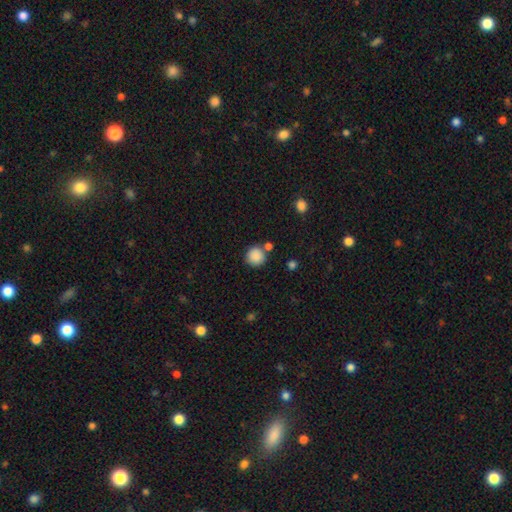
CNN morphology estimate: A smooth galaxy with no disk features (87%) that is round (92%).

Vote fractions:
- Smooth or featured? smooth: 87% / star or artifact: 9% / featured or disk: 4%
- How rounded? round: 92% / in between: 7% / cigar-shaped: 1%
- Merging? none: 75% / merger: 11% / minor disturbance: 10% / major disturbance: 4%